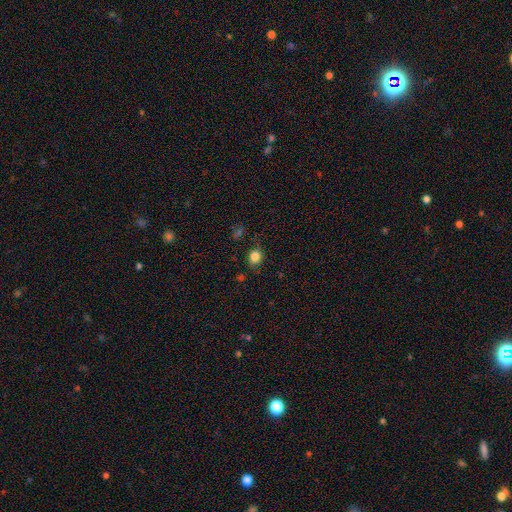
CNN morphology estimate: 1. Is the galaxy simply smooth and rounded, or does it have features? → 83% smooth, 12% star or artifact, 5% featured or disk.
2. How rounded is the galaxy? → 59% round, 40% in between, 1% cigar-shaped.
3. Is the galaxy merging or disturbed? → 76% none, 17% minor disturbance, 5% major disturbance, 2% merger.